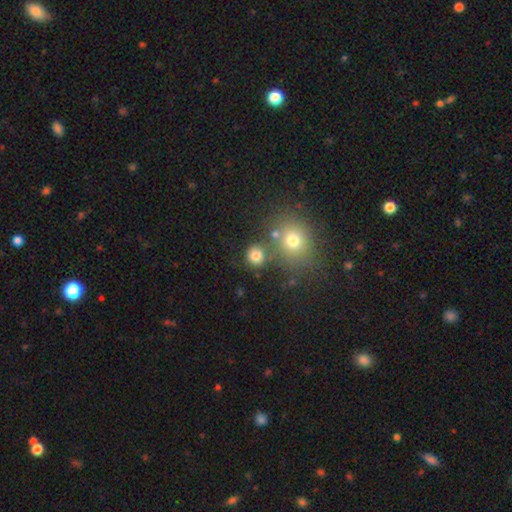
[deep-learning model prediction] Morphology: type=smooth (78%); roundness=round (88%); merging=none (71%).